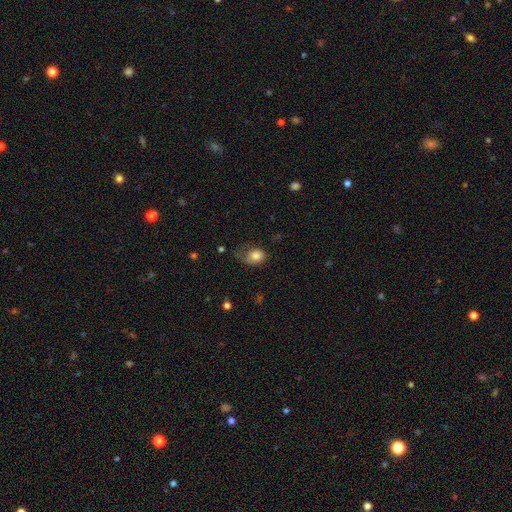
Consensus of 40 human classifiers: A smooth galaxy with no disk features (75%) that is in between round and cigar-shaped (83%).

Vote fractions:
- Smooth or featured? smooth: 75% / featured or disk: 15% / star or artifact: 10%
- How rounded? in between: 83% / round: 17% / cigar-shaped: 0%
- Merging? minor disturbance: 39% / major disturbance: 33% / none: 28% / merger: 0%